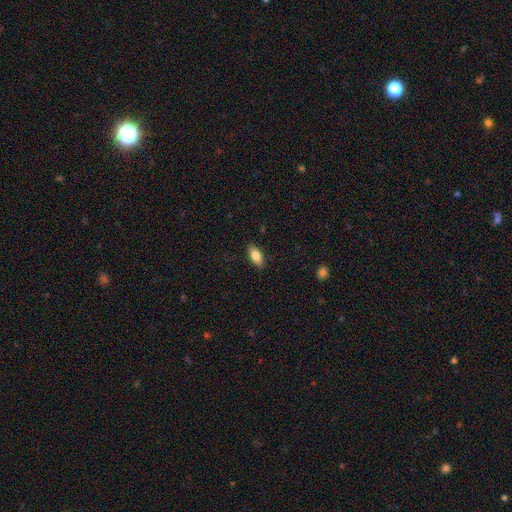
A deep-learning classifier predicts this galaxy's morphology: Q: Smooth or featured?
A: smooth (83%); runner-up: featured or disk (11%)
Q: How rounded?
A: in between (89%); runner-up: cigar-shaped (8%)
Q: Merging?
A: none (88%); runner-up: minor disturbance (9%)